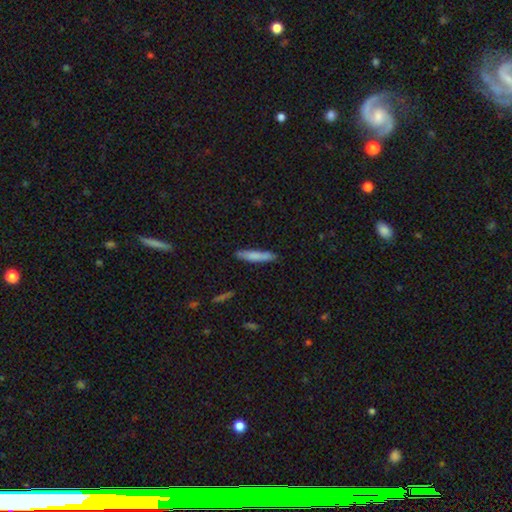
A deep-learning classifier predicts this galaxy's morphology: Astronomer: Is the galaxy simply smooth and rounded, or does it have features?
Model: smooth — 77%.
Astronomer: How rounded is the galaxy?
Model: cigar-shaped — 91%.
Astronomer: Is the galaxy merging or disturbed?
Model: none — 85%.